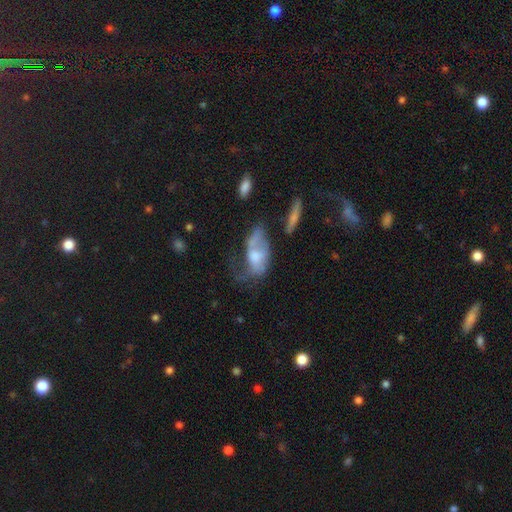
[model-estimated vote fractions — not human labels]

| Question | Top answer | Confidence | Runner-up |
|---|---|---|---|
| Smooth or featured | featured or disk | 49% | smooth (42%) |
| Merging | major disturbance | 45% | none (23%) |